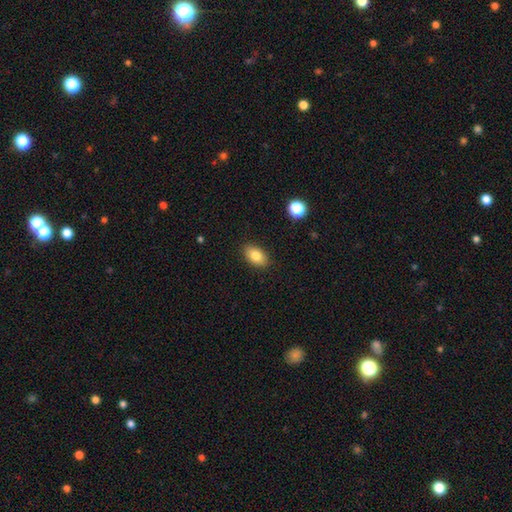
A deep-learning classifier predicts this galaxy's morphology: This is clearly a smooth galaxy (82%). How rounded: clearly in between (91%). Merging: clearly none (88%).